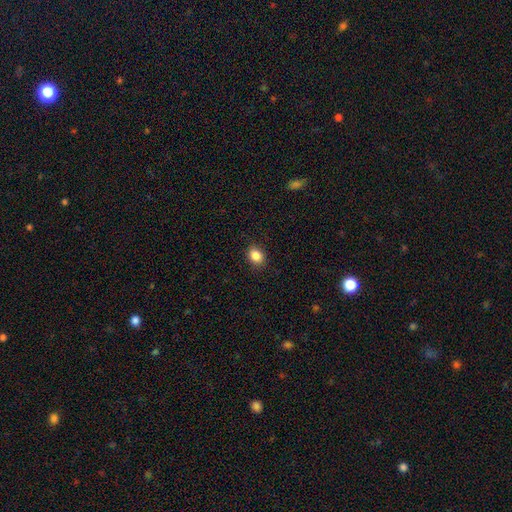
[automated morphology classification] A smooth galaxy with no disk features (87%) that is in between round and cigar-shaped (54%). Merging: none (89%).